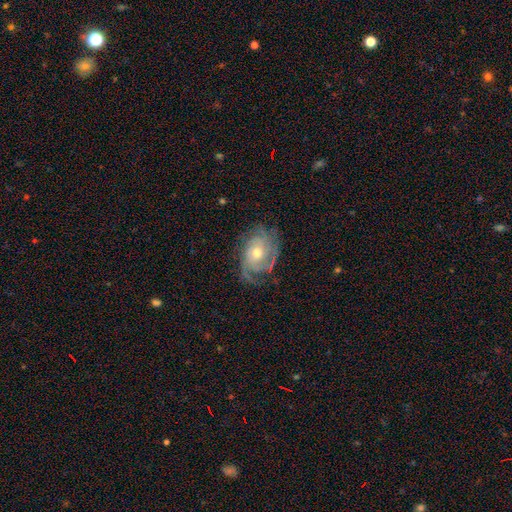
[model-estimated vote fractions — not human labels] This is clearly a featured or disk galaxy (85%). It is clearly not viewed edge-on (97%). Bar: likely no (75%). Spiral arm pattern: clearly yes (95%). Spiral arm count: marginally 3 (29%). Spiral winding: likely tight (62%). Central bulge: likely moderate (65%). Merging: likely none (70%).